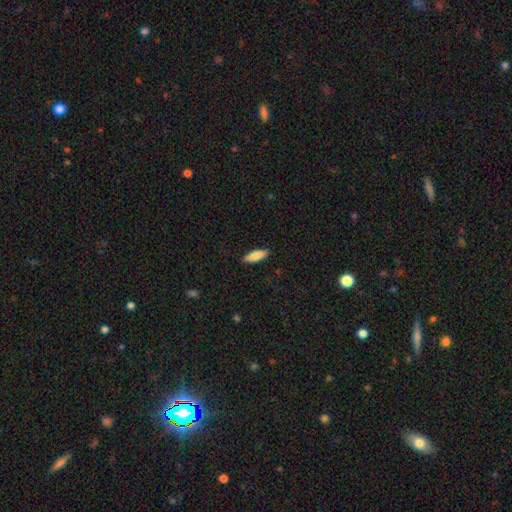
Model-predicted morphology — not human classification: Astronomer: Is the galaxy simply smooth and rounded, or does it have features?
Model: smooth — 84%.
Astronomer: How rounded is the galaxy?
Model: in between — 52% (runner-up: cigar-shaped, 46%).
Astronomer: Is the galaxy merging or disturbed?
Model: none — 89%.